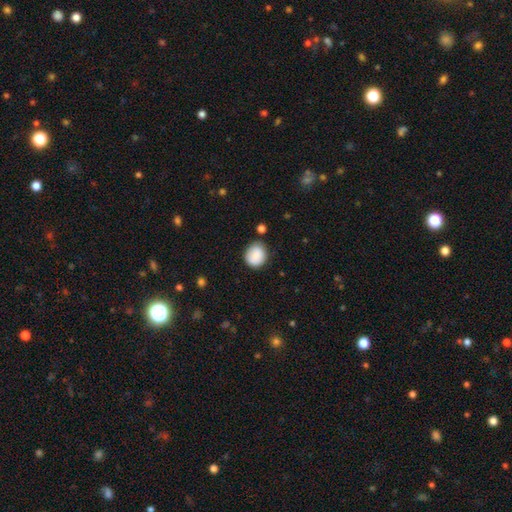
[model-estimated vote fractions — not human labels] A smooth galaxy with no disk features (86%) that is round (73%).

Vote fractions:
- Smooth or featured? smooth: 86% / star or artifact: 8% / featured or disk: 7%
- How rounded? round: 73% / in between: 26% / cigar-shaped: 1%
- Merging? none: 77% / minor disturbance: 16% / major disturbance: 4% / merger: 3%